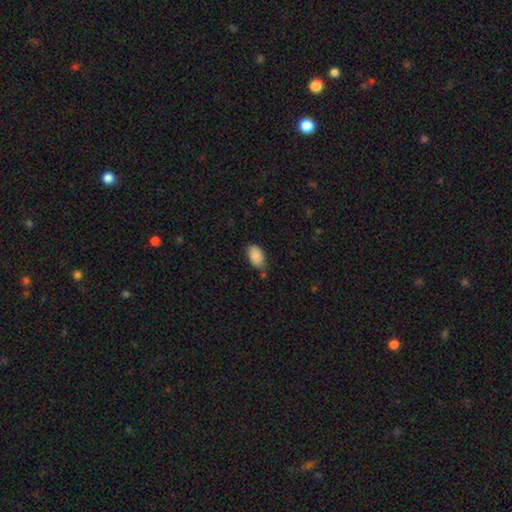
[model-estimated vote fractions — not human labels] smooth_or_featured: smooth (p=0.88) [alt: star or artifact p=0.07]
how_rounded: in between (p=0.93) [alt: round p=0.06]
merging: none (p=0.67) [alt: minor disturbance p=0.23]